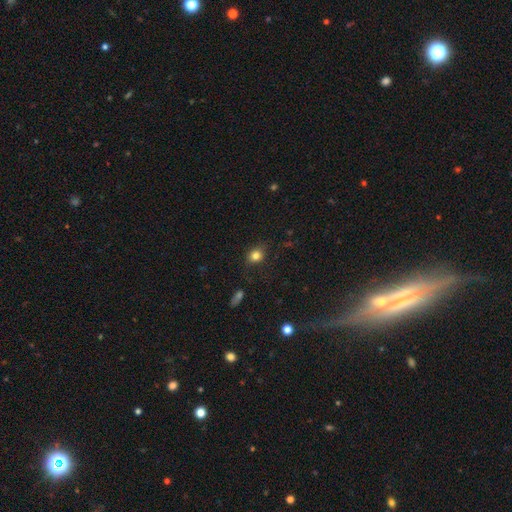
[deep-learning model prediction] A smooth galaxy with no disk features (81%) that is round (59%). Merging: none (75%).